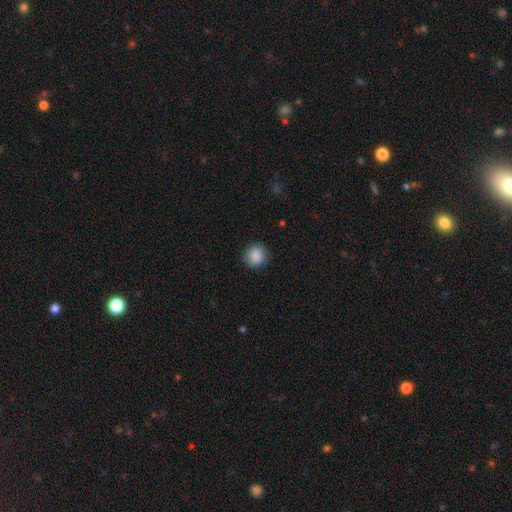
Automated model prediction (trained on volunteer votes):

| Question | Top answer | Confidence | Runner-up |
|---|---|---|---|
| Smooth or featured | smooth | 88% | star or artifact (8%) |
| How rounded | round | 88% | in between (11%) |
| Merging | none | 88% | minor disturbance (8%) |